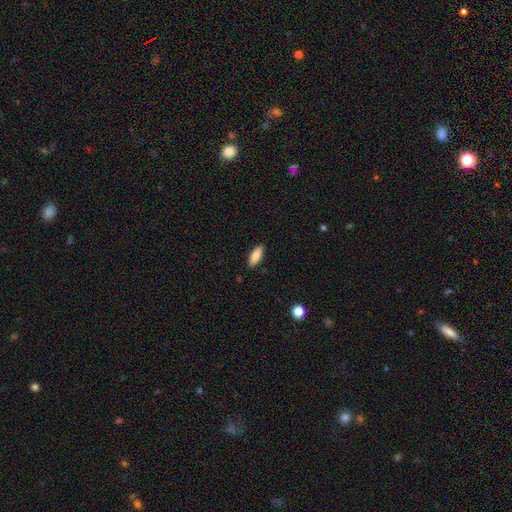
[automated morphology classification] smooth_or_featured: smooth (p=0.86) [alt: featured or disk p=0.08]
how_rounded: in between (p=0.74) [alt: cigar-shaped p=0.24]
merging: none (p=0.88) [alt: minor disturbance p=0.09]